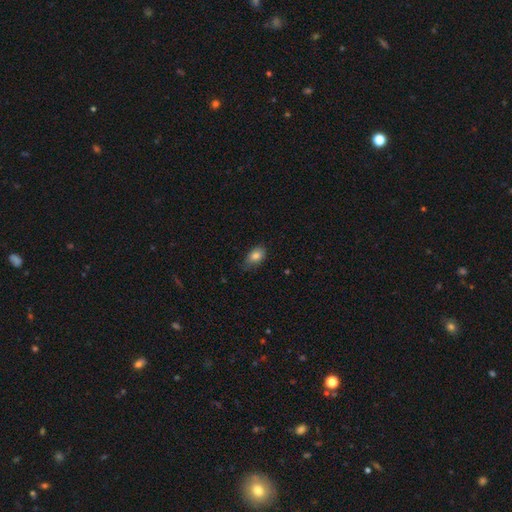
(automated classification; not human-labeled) This is clearly a smooth galaxy (83%). How rounded: clearly in between (89%). Merging: likely none (71%).